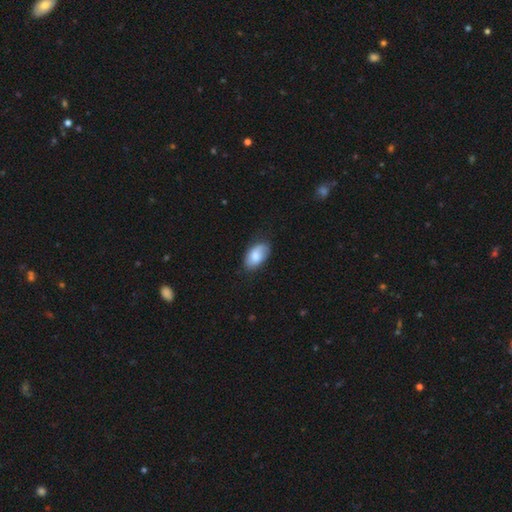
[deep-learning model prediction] Smooth or featured: smooth — 73% (featured or disk — 21%)
How rounded: in between — 93% (round — 5%)
Merging: none — 70% (minor disturbance — 24%)